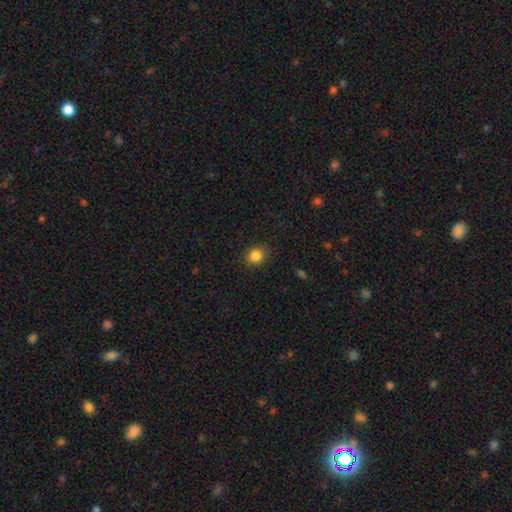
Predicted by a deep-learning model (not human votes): Overall: smooth (85%). How rounded: round (75%). Merging: none (88%).